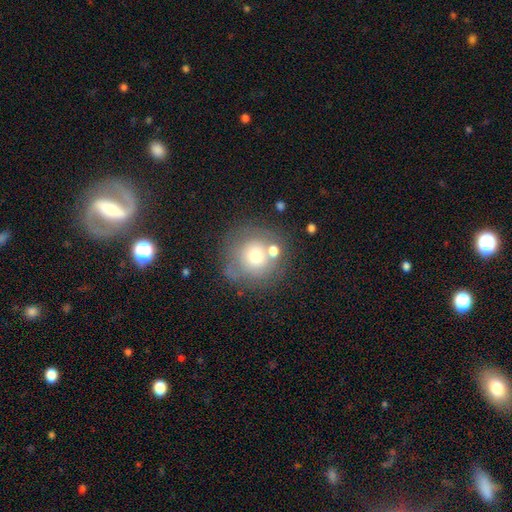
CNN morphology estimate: The model was most divided on "smooth or featured": smooth: 64%, featured or disk: 24%, star or artifact: 12%. More confident: how rounded — round (91%); merging — none (63%).